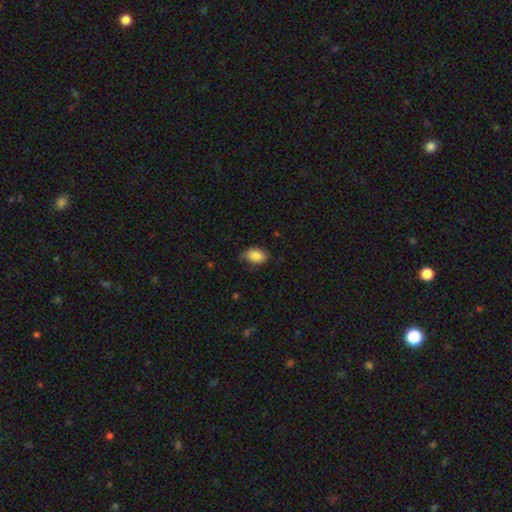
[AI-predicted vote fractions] A smooth galaxy with no disk features (85%) that is in between round and cigar-shaped (85%). Merging: none (70%).